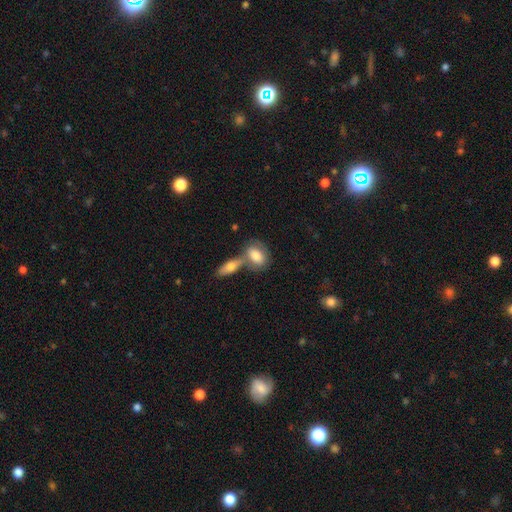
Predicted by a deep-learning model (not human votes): Morphology: type=smooth (75%); roundness=in between (84%); merging=merger (50%).